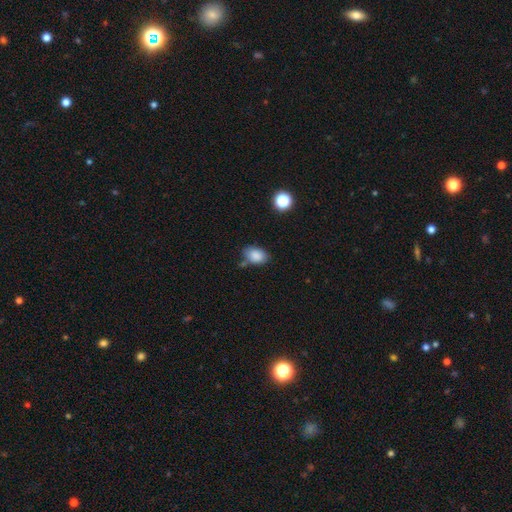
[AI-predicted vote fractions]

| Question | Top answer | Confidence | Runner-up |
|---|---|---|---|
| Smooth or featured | smooth | 85% | star or artifact (9%) |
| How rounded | in between | 81% | round (18%) |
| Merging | none | 69% | minor disturbance (20%) |